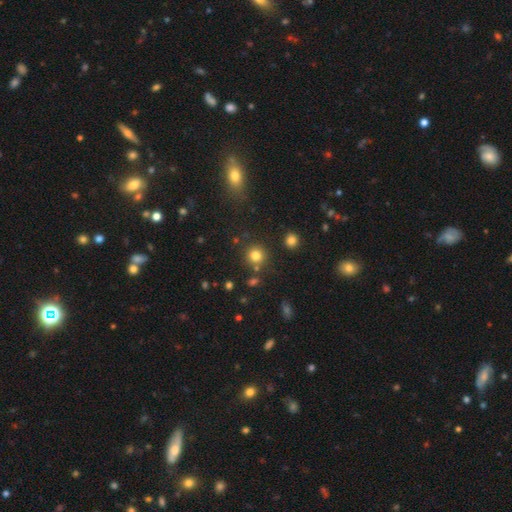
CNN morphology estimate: Smooth or featured?
  - smooth: 79% *
  - star or artifact: 14%
  - featured or disk: 6%
How rounded?
  - round: 92% *
  - in between: 7%
  - cigar-shaped: 1%
Merging?
  - none: 82% *
  - minor disturbance: 8%
  - merger: 7%
  - major disturbance: 3%